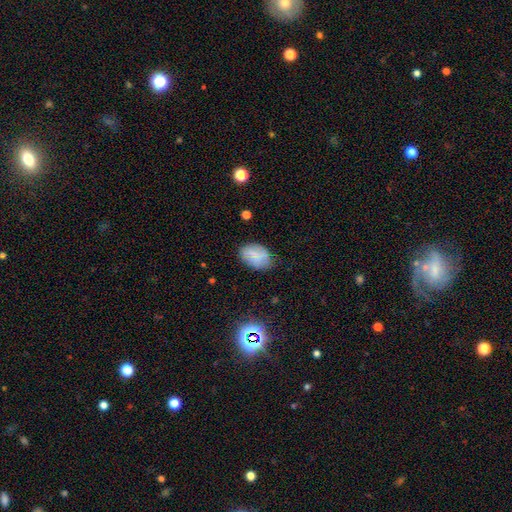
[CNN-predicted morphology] Q: Smooth or featured?
A: smooth (76%); runner-up: featured or disk (15%)
Q: How rounded?
A: in between (86%); runner-up: round (13%)
Q: Merging?
A: none (73%); runner-up: minor disturbance (21%)